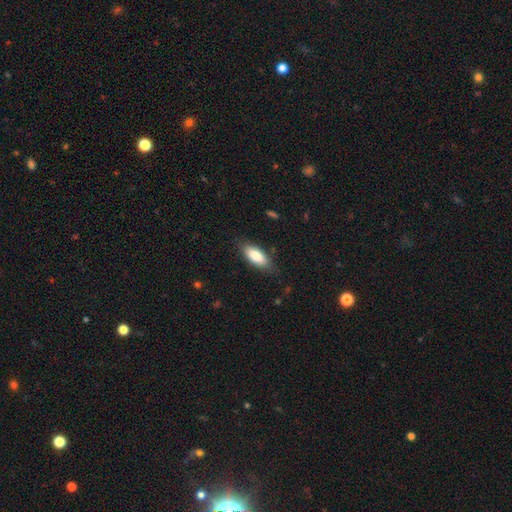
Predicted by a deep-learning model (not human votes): The model was most divided on "merging": none: 81%, minor disturbance: 15%, major disturbance: 3%, merger: 1%. More confident: smooth or featured — smooth (83%); how rounded — in between (82%).